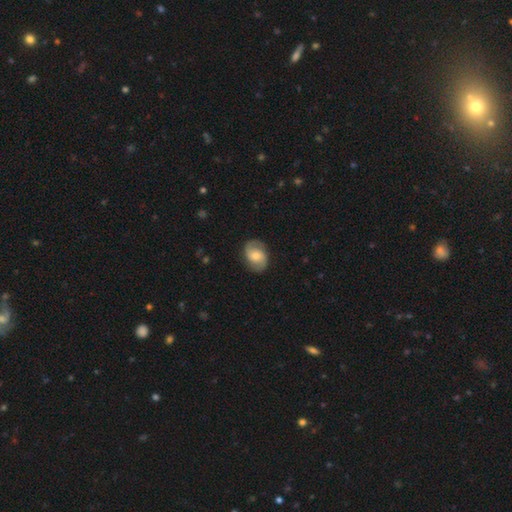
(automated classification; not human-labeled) The model was most divided on "bar": no: 53%, weak: 37%, strong: 10%. Remaining: edge-on disk — no (97%); spiral arms — yes (90%); spiral arm count — 2 (89%); merging — none (82%); smooth or featured — featured or disk (64%); bulge size — moderate (57%); spiral winding — medium (48%).